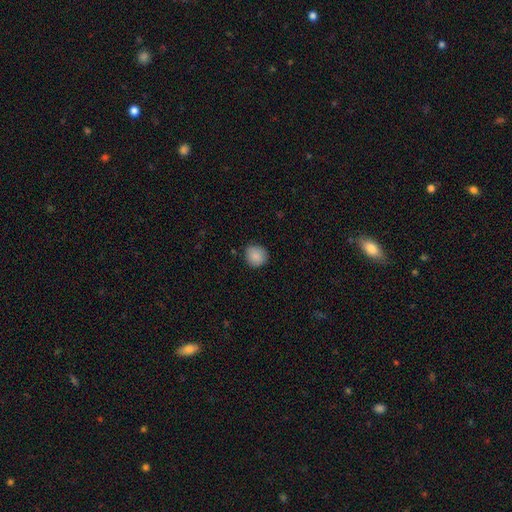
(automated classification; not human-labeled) A smooth galaxy with no disk features (88%) that is round (88%).

Vote fractions:
- Smooth or featured? smooth: 88% / star or artifact: 8% / featured or disk: 4%
- How rounded? round: 88% / in between: 11% / cigar-shaped: 1%
- Merging? none: 84% / minor disturbance: 13% / major disturbance: 2% / merger: 1%